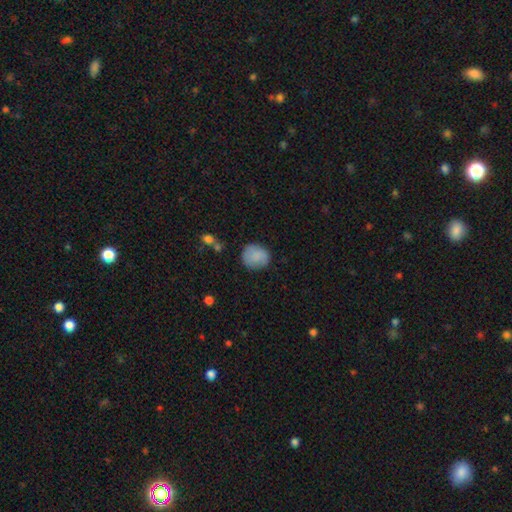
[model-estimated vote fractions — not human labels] A smooth galaxy with no disk features (83%) that is round (82%). Merging: none (78%).